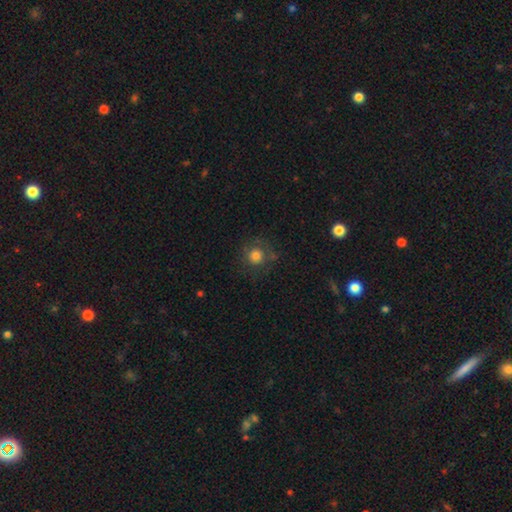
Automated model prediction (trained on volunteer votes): Overall: smooth (75%). How rounded: round (93%). Merging: none (73%).